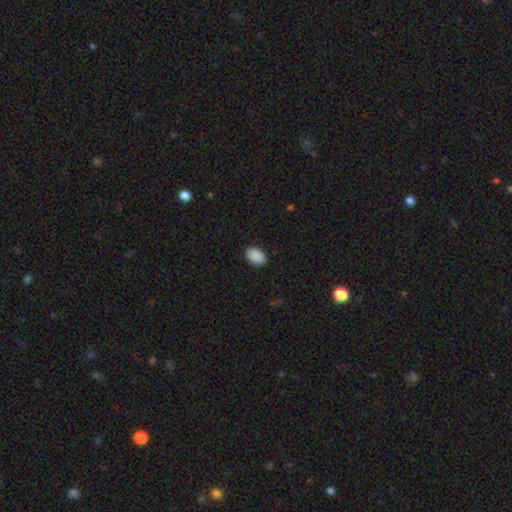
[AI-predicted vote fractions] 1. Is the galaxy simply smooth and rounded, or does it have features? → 90% smooth, 7% star or artifact, 3% featured or disk.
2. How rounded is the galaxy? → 85% in between, 14% round, 1% cigar-shaped.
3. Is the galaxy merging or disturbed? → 89% none, 8% minor disturbance, 2% major disturbance, 1% merger.